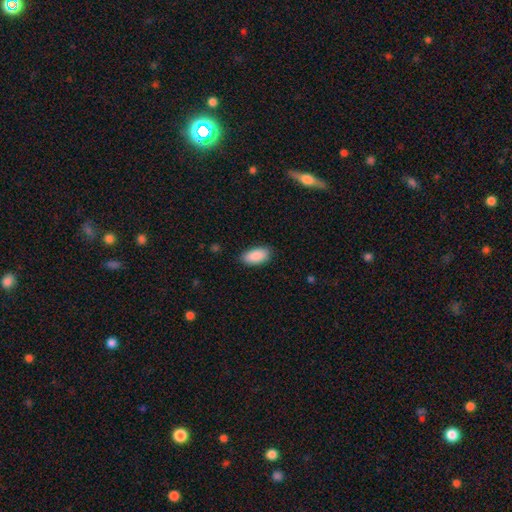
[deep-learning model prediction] This is clearly a smooth galaxy (90%). How rounded: clearly in between (93%). Merging: clearly none (86%).